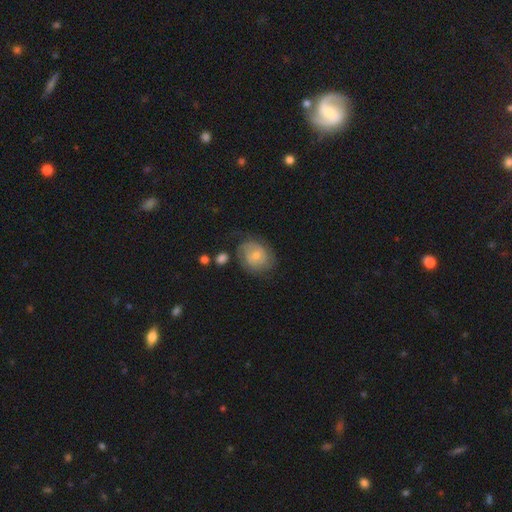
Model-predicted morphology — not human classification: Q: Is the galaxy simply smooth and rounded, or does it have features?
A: featured or disk — 56%.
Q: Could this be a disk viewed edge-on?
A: no — 97%.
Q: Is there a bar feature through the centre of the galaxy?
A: no — 72%.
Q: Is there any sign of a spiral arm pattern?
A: yes — 78%.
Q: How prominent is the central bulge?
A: small — 52%.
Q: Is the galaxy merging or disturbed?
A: none — 61%.